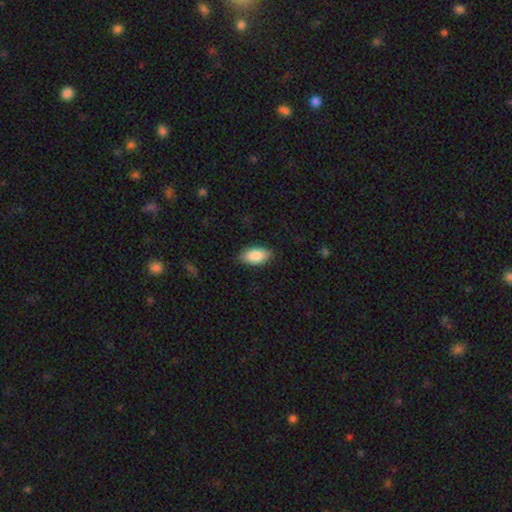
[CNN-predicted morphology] This appears to be a smooth galaxy with no disk features (87%) that is in between round and cigar-shaped (93%). Merging: none (85%).